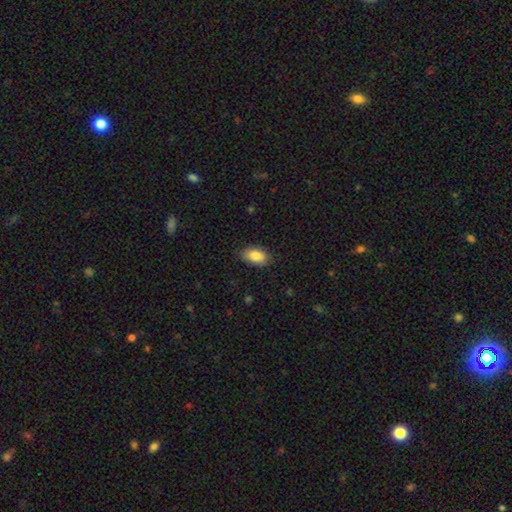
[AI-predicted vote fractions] This is clearly a smooth galaxy (86%). How rounded: clearly in between (93%). Merging: clearly none (84%).